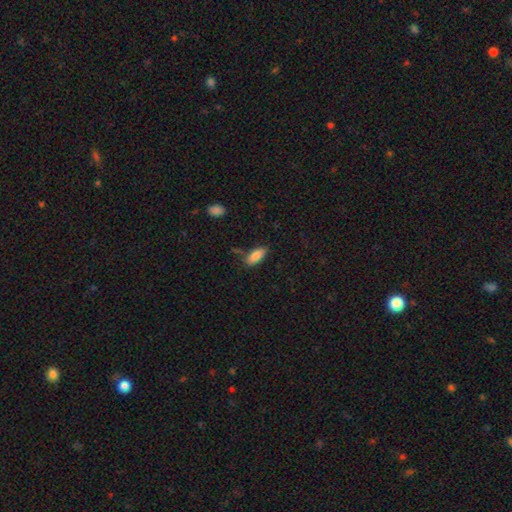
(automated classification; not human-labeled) A smooth galaxy with no disk features (85%) that is in between round and cigar-shaped (83%). Merging: none (73%).